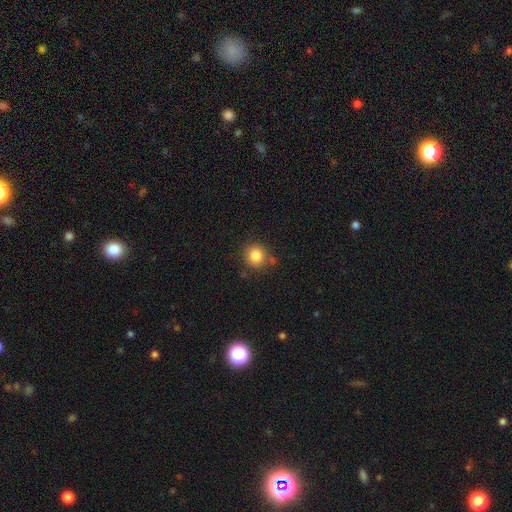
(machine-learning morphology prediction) A smooth galaxy with no disk features (84%) that is round (89%).

Vote fractions:
- Smooth or featured? smooth: 84% / star or artifact: 10% / featured or disk: 5%
- How rounded? round: 89% / in between: 10% / cigar-shaped: 1%
- Merging? none: 78% / minor disturbance: 13% / merger: 6% / major disturbance: 4%